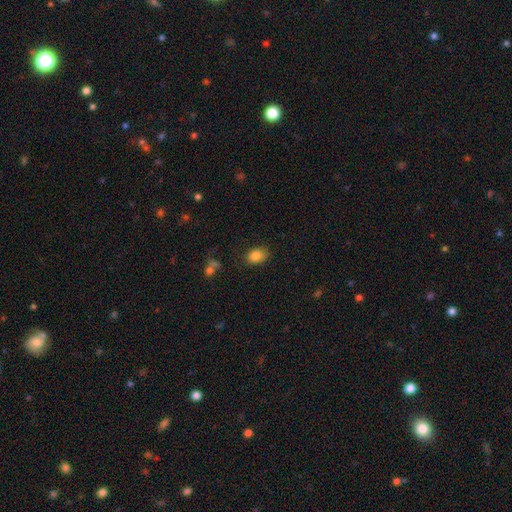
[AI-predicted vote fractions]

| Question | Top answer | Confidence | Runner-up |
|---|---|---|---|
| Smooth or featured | smooth | 84% | star or artifact (10%) |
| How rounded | in between | 78% | round (20%) |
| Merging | none | 79% | minor disturbance (15%) |